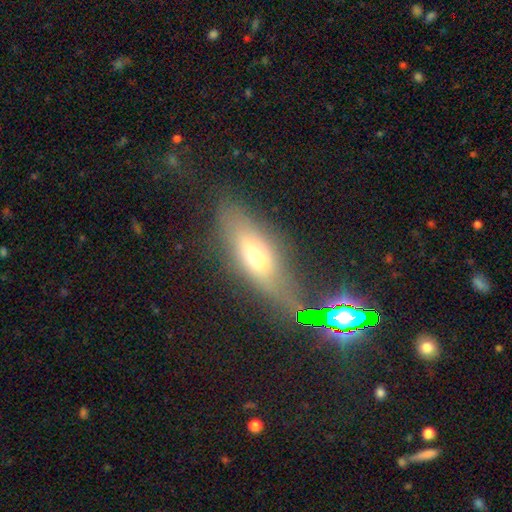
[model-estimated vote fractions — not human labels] Overall: smooth (54%; featured or disk 30%). How rounded: in between (59%; cigar-shaped 34%). Merging: none (68%).